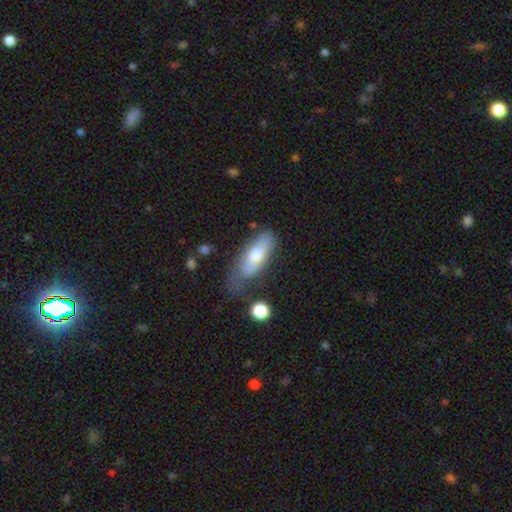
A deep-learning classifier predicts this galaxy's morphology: Q: Smooth or featured?
A: smooth (67%); runner-up: featured or disk (27%)
Q: How rounded?
A: in between (68%); runner-up: cigar-shaped (30%)
Q: Merging?
A: none (47%); runner-up: minor disturbance (32%)